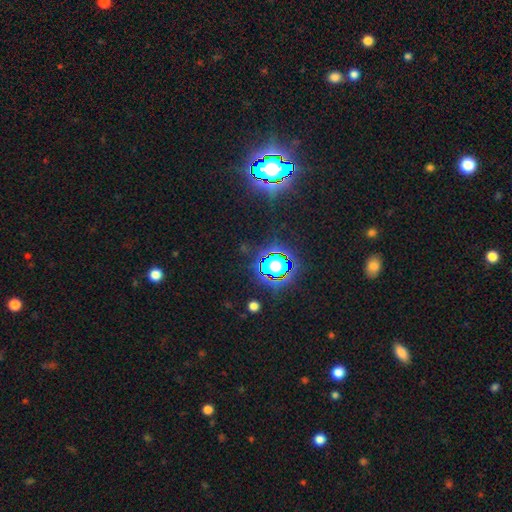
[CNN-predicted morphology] Smooth or featured? Predicted: star or artifact (p=0.82).